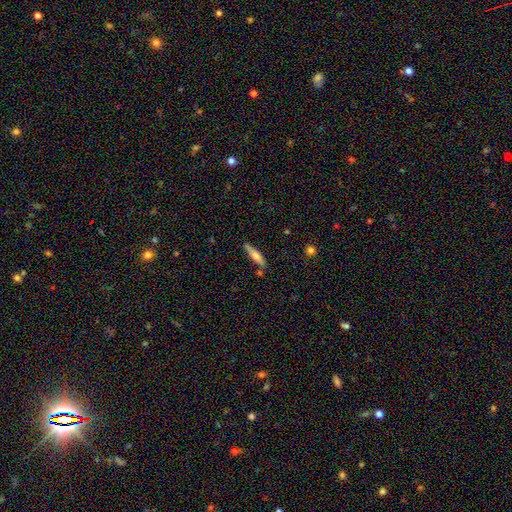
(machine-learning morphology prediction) A smooth galaxy with no disk features (56%) that is cigar-shaped (82%).

Vote fractions:
- Smooth or featured? smooth: 56% / featured or disk: 37% / star or artifact: 6%
- How rounded? cigar-shaped: 82% / in between: 17% / round: 2%
- Merging? none: 78% / minor disturbance: 14% / merger: 6% / major disturbance: 3%